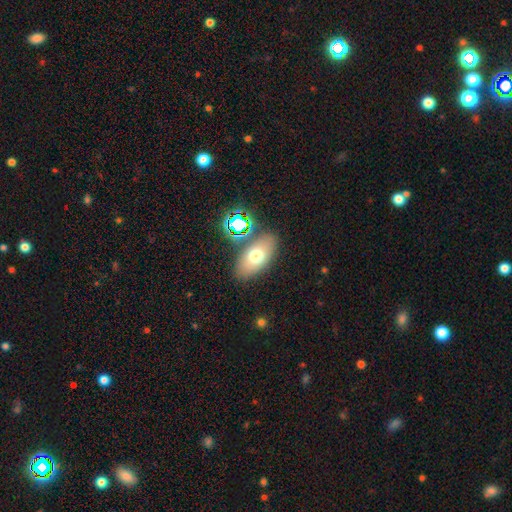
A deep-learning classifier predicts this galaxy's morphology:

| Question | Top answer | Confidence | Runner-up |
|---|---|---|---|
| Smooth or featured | smooth | 67% | featured or disk (21%) |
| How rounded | in between | 89% | round (7%) |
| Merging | none | 80% | minor disturbance (10%) |